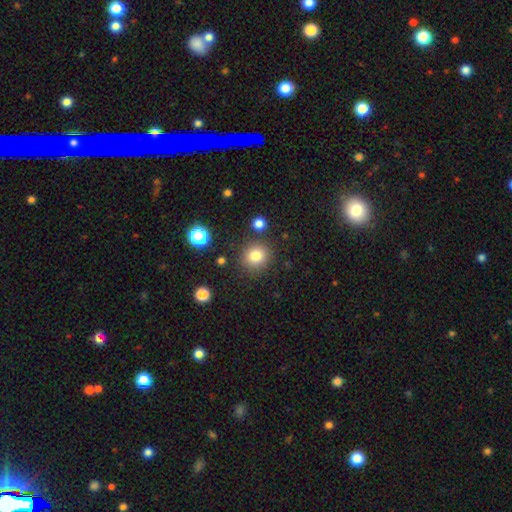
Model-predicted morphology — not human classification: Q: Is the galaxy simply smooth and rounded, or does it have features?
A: smooth — 81%.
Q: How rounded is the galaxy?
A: round — 87%.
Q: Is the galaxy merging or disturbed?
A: none — 84%.